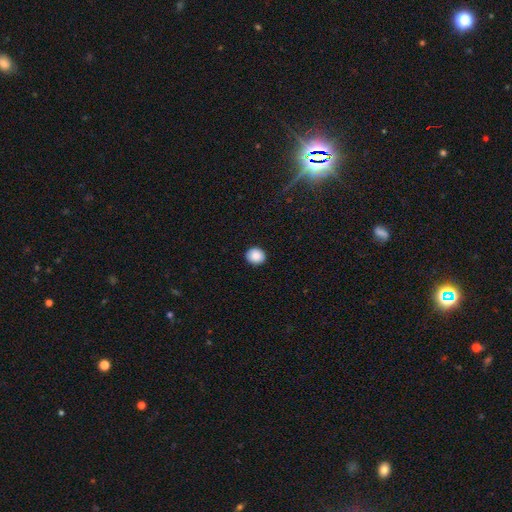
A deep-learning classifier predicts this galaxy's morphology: Smooth or featured: smooth — 87% (star or artifact — 8%)
How rounded: round — 76% (in between — 23%)
Merging: none — 91% (minor disturbance — 6%)